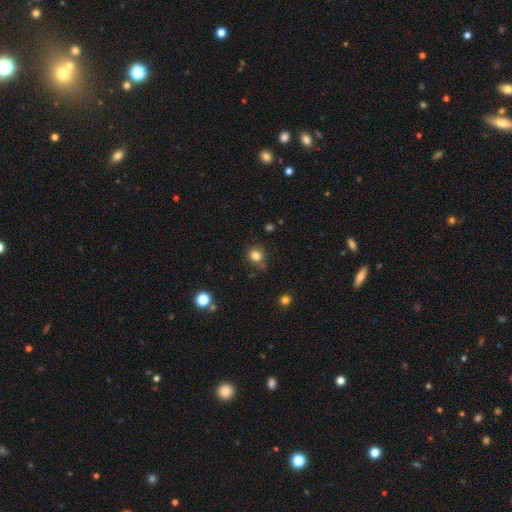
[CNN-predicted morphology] smooth-or-featured: smooth: 82% | star or artifact: 13% | featured or disk: 5%
  how-rounded: round: 79% | in between: 20% | cigar-shaped: 1%
  merging: none: 73% | minor disturbance: 18% | major disturbance: 5% | merger: 4%